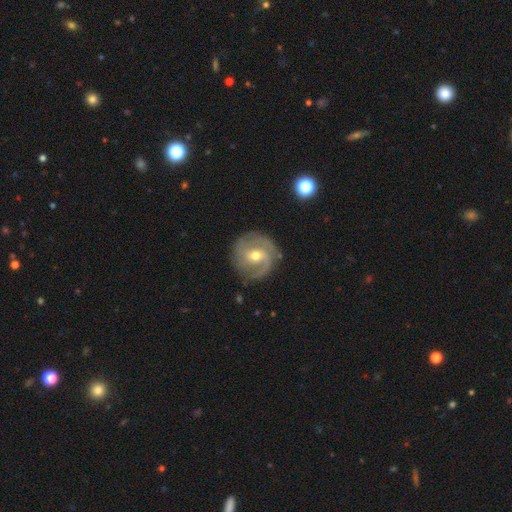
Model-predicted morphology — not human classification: smooth_or_featured: featured or disk (p=0.84) [alt: smooth p=0.11]
disk_edge_on: no (p=0.98) [alt: yes p=0.02]
bar: weak (p=0.49) [alt: no p=0.34]
has_spiral_arms: yes (p=0.95) [alt: no p=0.05]
spiral_winding: tight (p=0.44) [alt: medium p=0.42]
spiral_arm_count: 2 (p=0.64) [alt: 3 p=0.14]
bulge_size: moderate (p=0.64) [alt: small p=0.32]
merging: none (p=0.81) [alt: minor disturbance p=0.13]